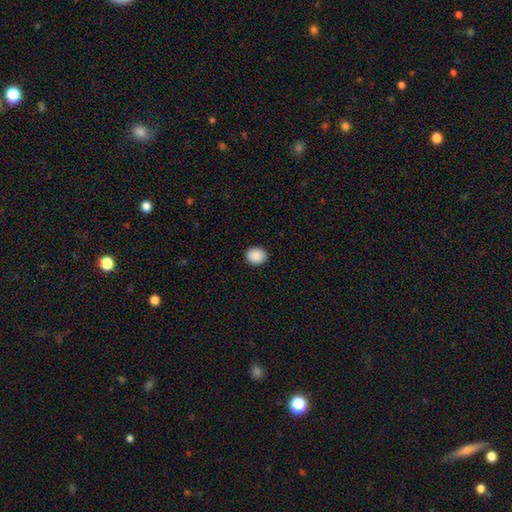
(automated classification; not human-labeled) Smooth or featured? smooth (90%)
How rounded? round (65%)
Merging? none (92%)